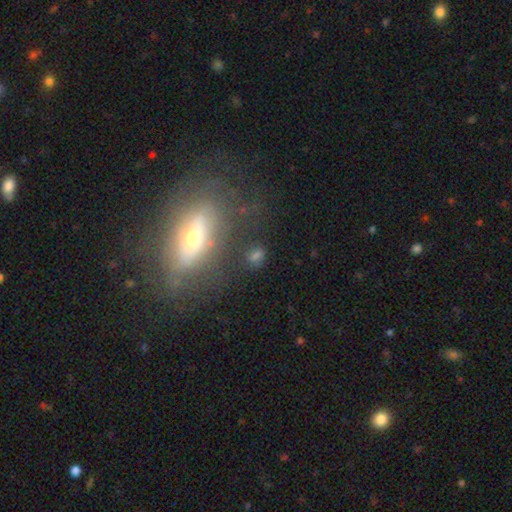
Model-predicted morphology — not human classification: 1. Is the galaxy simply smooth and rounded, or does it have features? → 62% smooth, 21% star or artifact, 18% featured or disk.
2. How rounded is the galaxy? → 60% in between, 34% round, 6% cigar-shaped.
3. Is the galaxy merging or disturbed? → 71% none, 14% minor disturbance, 8% merger, 7% major disturbance.